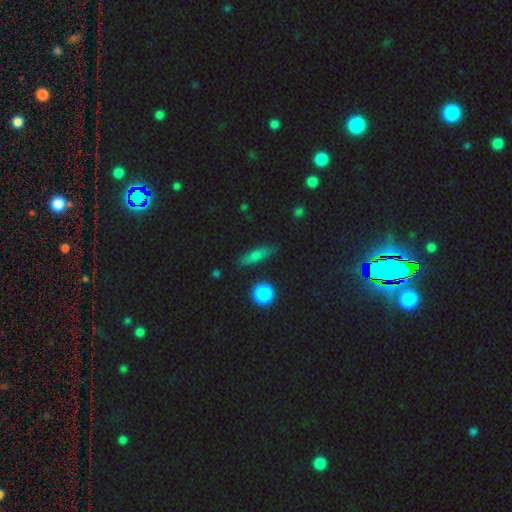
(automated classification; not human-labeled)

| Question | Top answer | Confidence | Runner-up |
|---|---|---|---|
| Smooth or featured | smooth | 63% | featured or disk (24%) |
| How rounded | cigar-shaped | 59% | in between (34%) |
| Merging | none | 83% | minor disturbance (12%) |